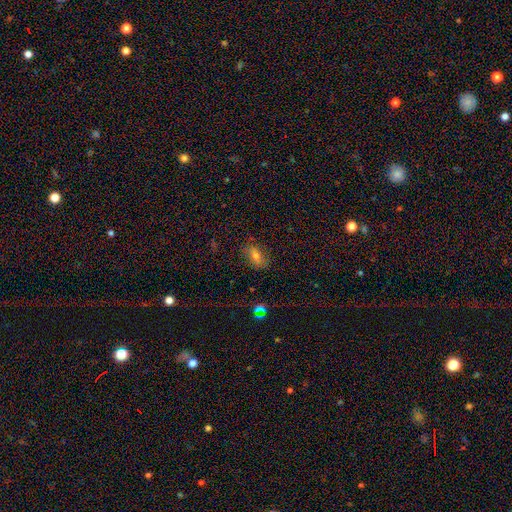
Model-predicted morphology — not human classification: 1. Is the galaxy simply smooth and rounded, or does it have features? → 58% smooth, 22% star or artifact, 20% featured or disk.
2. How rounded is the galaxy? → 80% in between, 15% round, 5% cigar-shaped.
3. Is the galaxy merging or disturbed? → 79% none, 15% minor disturbance, 5% major disturbance, 2% merger.